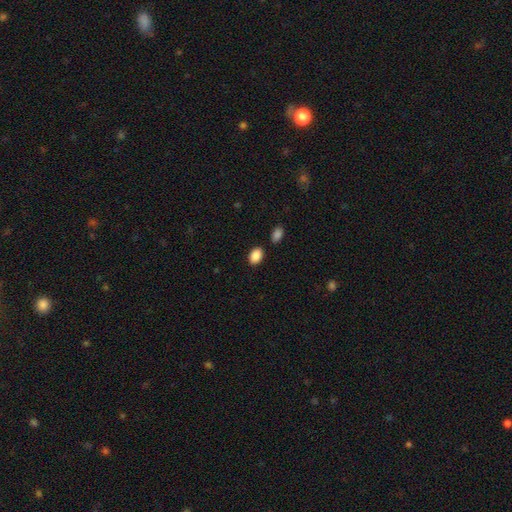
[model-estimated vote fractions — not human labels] Smooth or featured: smooth — 88% (star or artifact — 8%)
How rounded: in between — 84% (round — 15%)
Merging: none — 84% (minor disturbance — 9%)